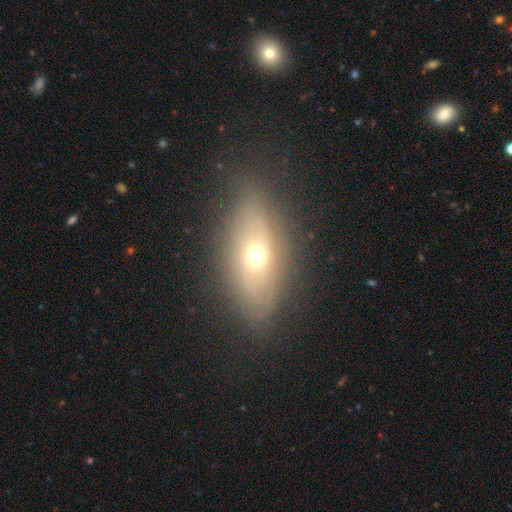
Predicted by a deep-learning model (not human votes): A smooth galaxy with no disk features (47%). Merging: none (70%).